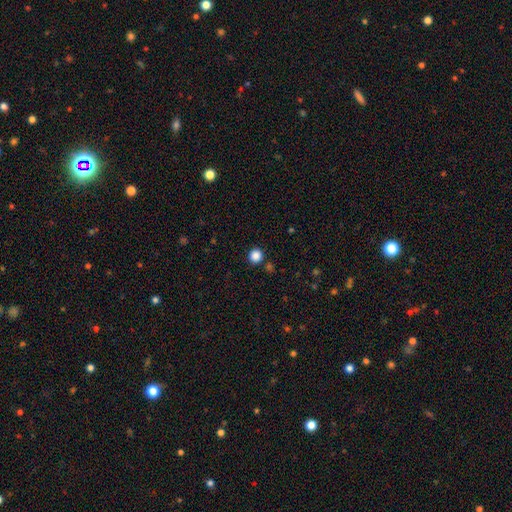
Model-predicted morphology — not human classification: The model was most divided on "smooth or featured": smooth: 86%, star or artifact: 11%, featured or disk: 3%. More confident: how rounded — round (93%); merging — none (88%).